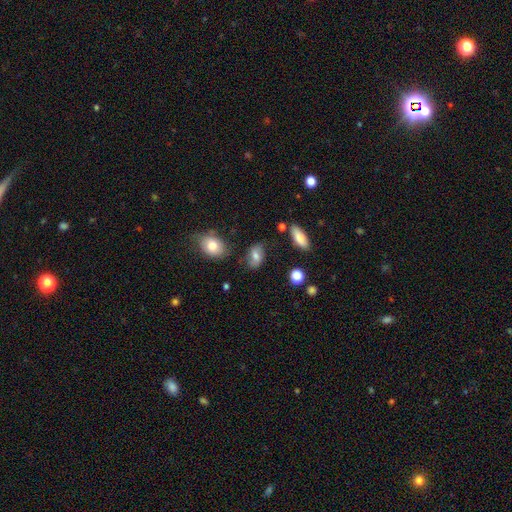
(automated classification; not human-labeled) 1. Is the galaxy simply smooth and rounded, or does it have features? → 64% smooth, 25% featured or disk, 11% star or artifact.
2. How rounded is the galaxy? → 84% in between, 13% round, 3% cigar-shaped.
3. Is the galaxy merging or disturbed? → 72% none, 19% minor disturbance, 6% major disturbance, 4% merger.